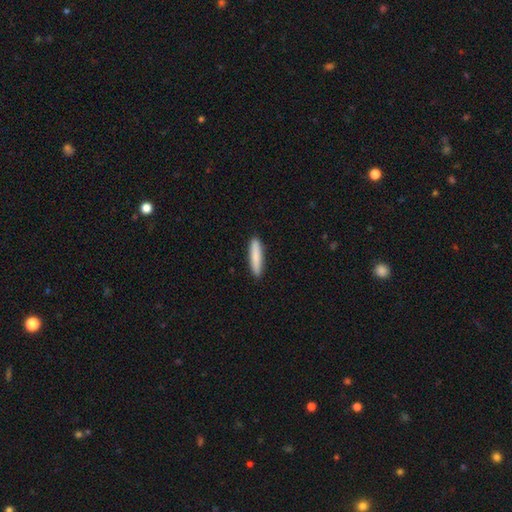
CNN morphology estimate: The model was most divided on "smooth or featured": smooth: 85%, featured or disk: 10%, star or artifact: 5%. More confident: merging — none (91%); how rounded — cigar-shaped (89%).